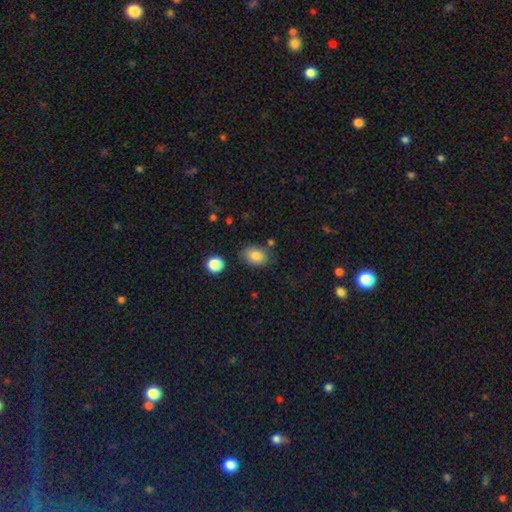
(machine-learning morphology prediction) Smooth or featured? smooth (82%)
How rounded? in between (74%)
Merging? none (73%)